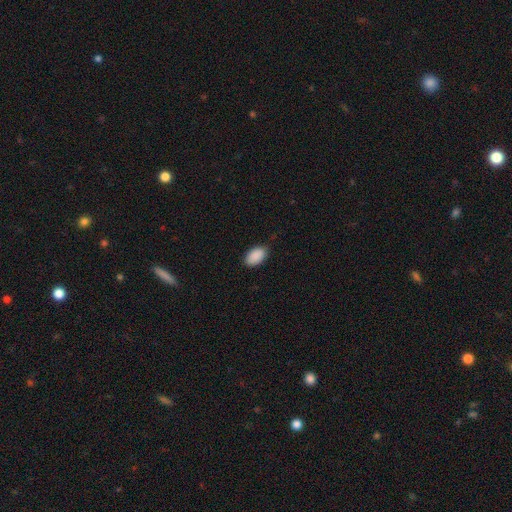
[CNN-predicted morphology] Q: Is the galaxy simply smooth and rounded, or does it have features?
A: smooth — 90%.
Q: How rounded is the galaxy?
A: in between — 94%.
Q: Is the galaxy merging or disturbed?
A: none — 84%.